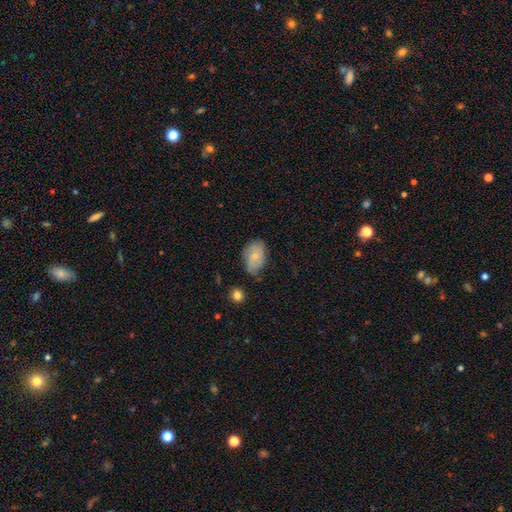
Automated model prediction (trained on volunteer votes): This appears to be a smooth galaxy with no disk features (70%) that is in between round and cigar-shaped (85%). Merging: none (63%).